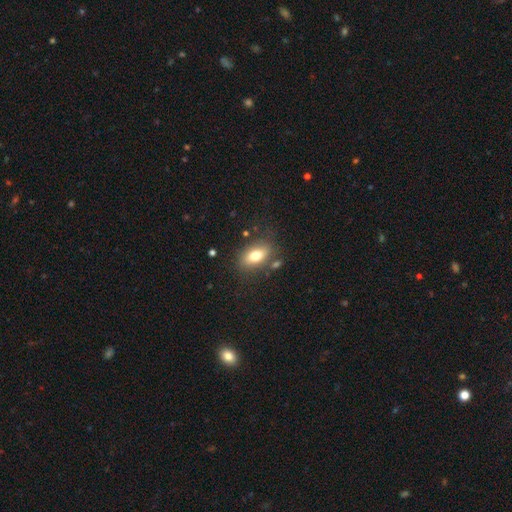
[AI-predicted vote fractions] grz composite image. It shows a smooth galaxy with no disk features (73%) that is in between round and cigar-shaped (85%). Merging: none (77%).